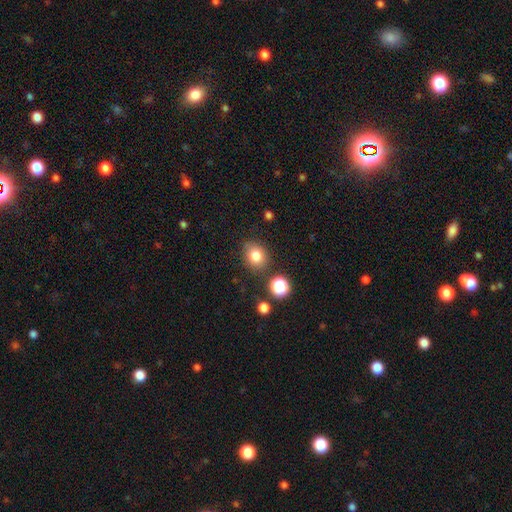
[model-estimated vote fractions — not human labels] Q: Smooth or featured?
A: smooth (80%); runner-up: star or artifact (13%)
Q: How rounded?
A: round (69%); runner-up: in between (30%)
Q: Merging?
A: none (81%); runner-up: minor disturbance (12%)